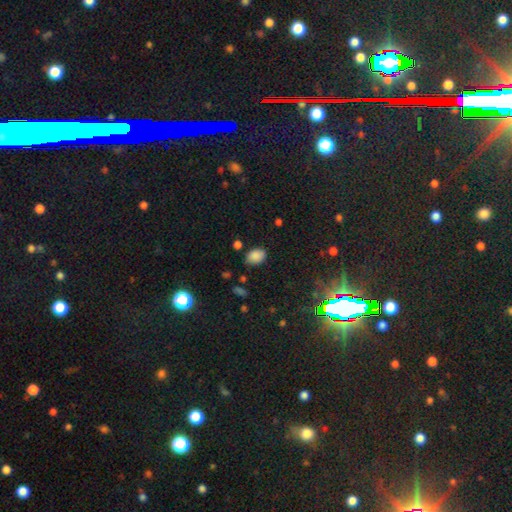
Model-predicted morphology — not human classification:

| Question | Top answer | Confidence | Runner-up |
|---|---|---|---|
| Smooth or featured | smooth | 83% | star or artifact (11%) |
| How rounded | in between | 71% | round (27%) |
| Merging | none | 74% | minor disturbance (19%) |